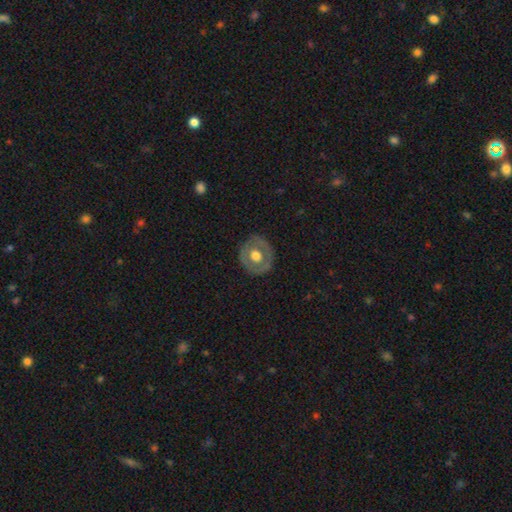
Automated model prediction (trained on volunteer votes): This is possibly a featured or disk galaxy (49%). Merging: clearly none (82%).